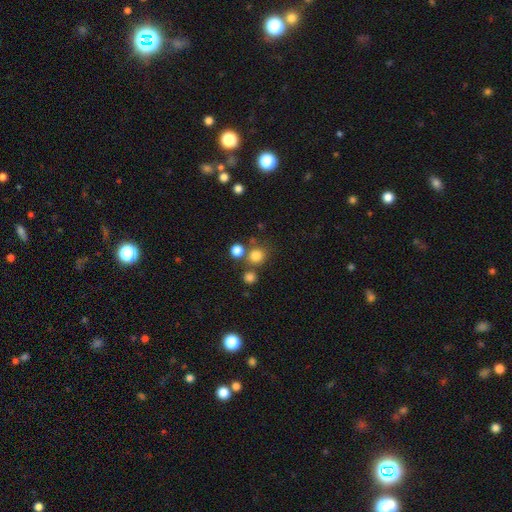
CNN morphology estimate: Smooth or featured?
  - smooth: 78% *
  - star or artifact: 16%
  - featured or disk: 7%
How rounded?
  - round: 88% *
  - in between: 11%
  - cigar-shaped: 1%
Merging?
  - none: 69% *
  - merger: 20%
  - minor disturbance: 8%
  - major disturbance: 4%